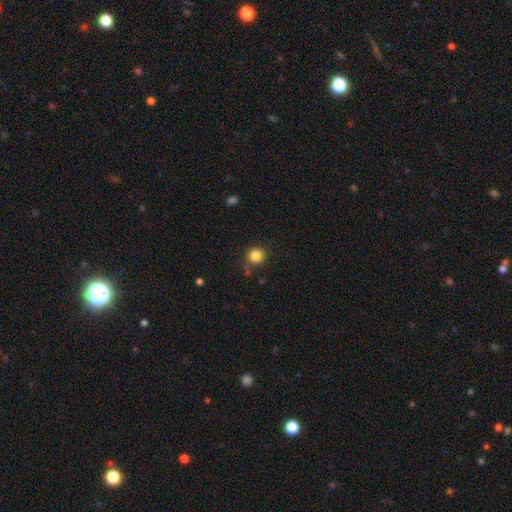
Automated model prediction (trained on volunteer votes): Smooth or featured?
  - smooth: 84% *
  - star or artifact: 12%
  - featured or disk: 5%
How rounded?
  - round: 93% *
  - in between: 6%
  - cigar-shaped: 1%
Merging?
  - none: 81% *
  - minor disturbance: 12%
  - merger: 4%
  - major disturbance: 4%